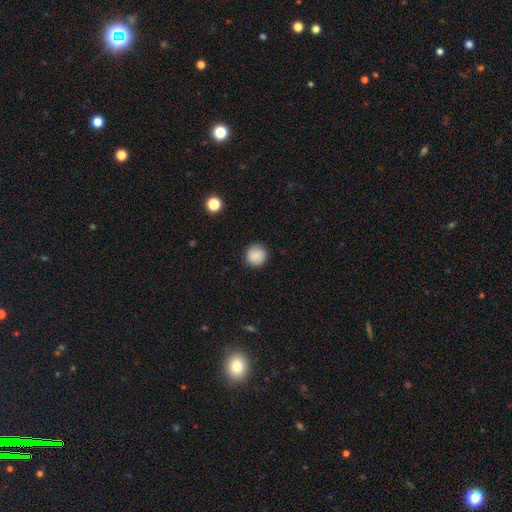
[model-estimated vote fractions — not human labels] This is clearly a smooth galaxy (88%). How rounded: clearly round (95%). Merging: clearly none (91%).